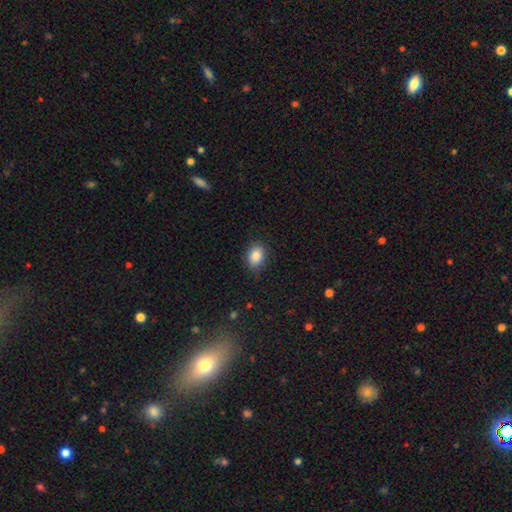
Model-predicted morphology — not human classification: Smooth or featured? Predicted: smooth (p=0.87). How rounded? Predicted: in between (p=0.74). Merging? Predicted: none (p=0.83).